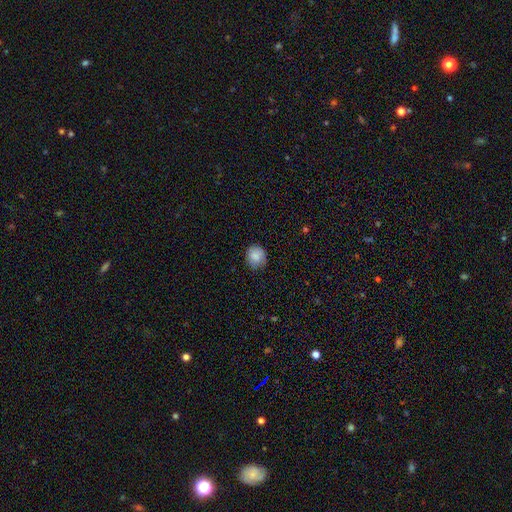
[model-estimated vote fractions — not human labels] Q: Smooth or featured?
A: smooth (85%); runner-up: star or artifact (8%)
Q: How rounded?
A: round (81%); runner-up: in between (19%)
Q: Merging?
A: none (82%); runner-up: minor disturbance (15%)